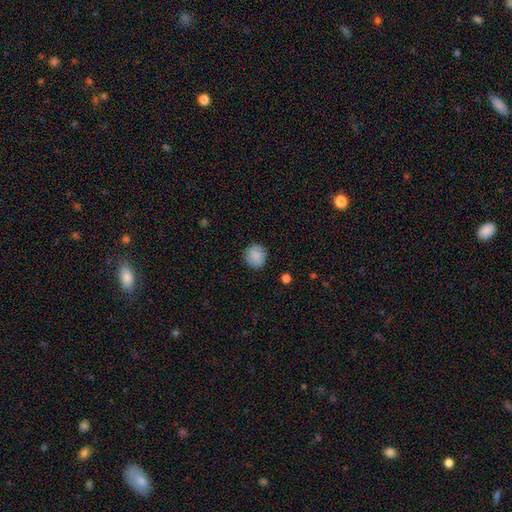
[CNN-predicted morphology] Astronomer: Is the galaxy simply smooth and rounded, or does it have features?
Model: smooth — 87%.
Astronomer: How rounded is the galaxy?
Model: round — 89%.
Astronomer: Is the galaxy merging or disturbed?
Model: none — 87%.